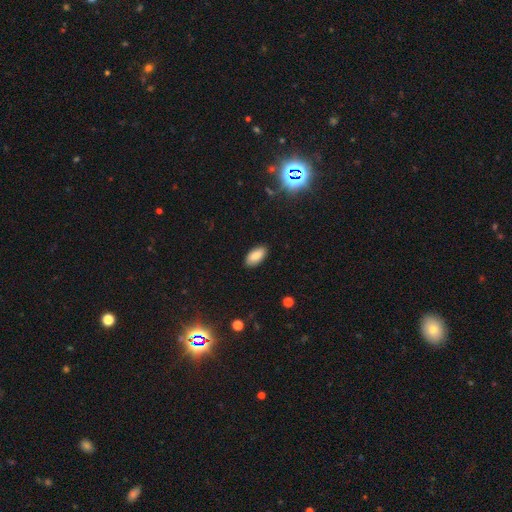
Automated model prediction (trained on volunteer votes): smooth-or-featured: smooth: 84% | star or artifact: 8% | featured or disk: 8%
  how-rounded: in between: 94% | cigar-shaped: 4% | round: 2%
  merging: none: 88% | minor disturbance: 9% | major disturbance: 2% | merger: 1%